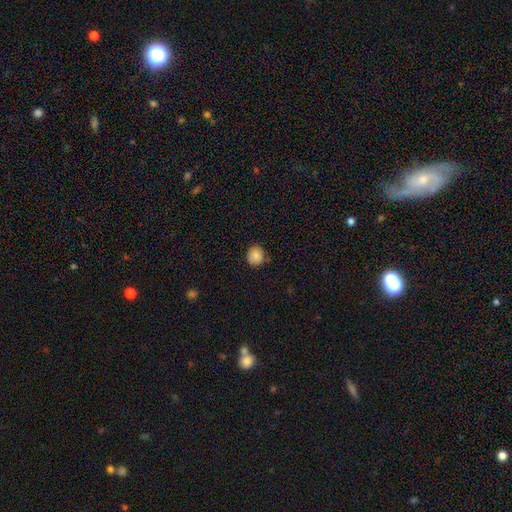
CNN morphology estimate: smooth_or_featured: smooth (p=0.85) [alt: star or artifact p=0.09]
how_rounded: round (p=0.88) [alt: in between p=0.12]
merging: none (p=0.82) [alt: minor disturbance p=0.13]